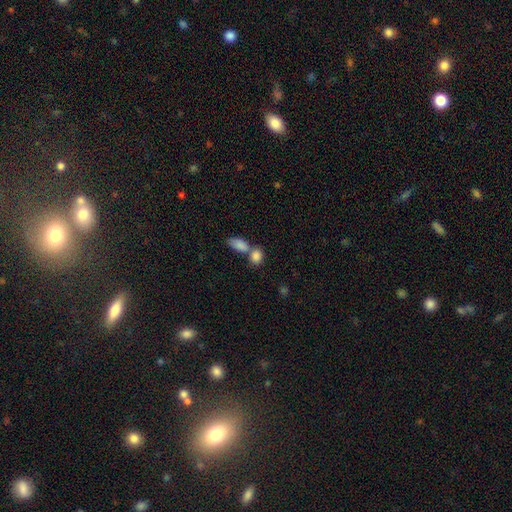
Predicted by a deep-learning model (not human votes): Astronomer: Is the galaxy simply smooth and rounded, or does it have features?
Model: smooth — 86%.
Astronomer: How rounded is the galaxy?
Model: in between — 77%.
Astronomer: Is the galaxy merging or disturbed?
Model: merger — 56% (runner-up: none, 33%).